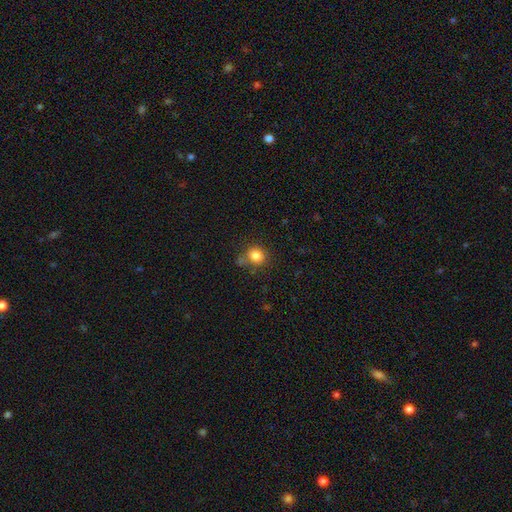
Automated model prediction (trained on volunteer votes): This is clearly a smooth galaxy (82%). How rounded: clearly round (82%). Merging: likely none (69%).